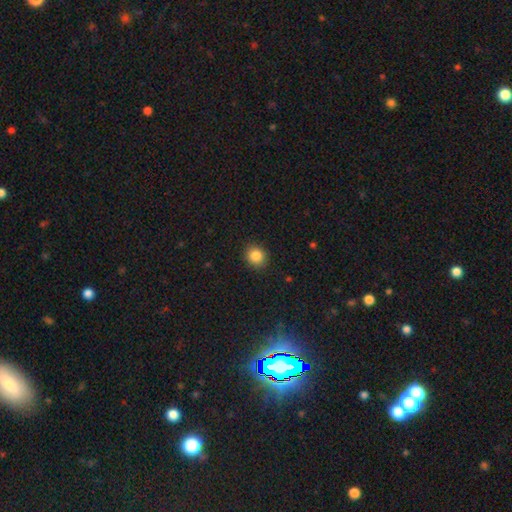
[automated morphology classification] Smooth or featured?
  - smooth: 86% *
  - star or artifact: 10%
  - featured or disk: 4%
How rounded?
  - round: 80% *
  - in between: 19%
  - cigar-shaped: 1%
Merging?
  - none: 90% *
  - minor disturbance: 7%
  - major disturbance: 2%
  - merger: 1%